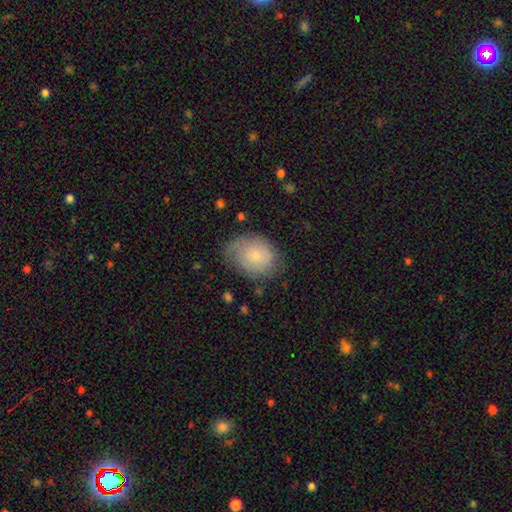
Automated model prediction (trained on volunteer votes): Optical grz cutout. It shows a smooth galaxy with no disk features (69%) that is in between round and cigar-shaped (58%). Merging: none (61%).